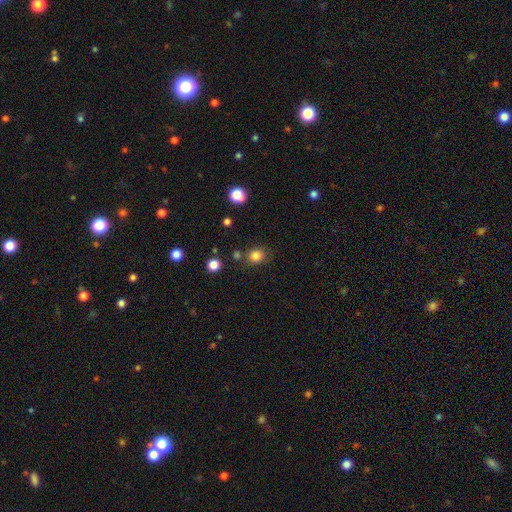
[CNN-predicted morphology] Q: Smooth or featured?
A: smooth (83%); runner-up: star or artifact (12%)
Q: How rounded?
A: round (74%); runner-up: in between (25%)
Q: Merging?
A: none (75%); runner-up: minor disturbance (13%)